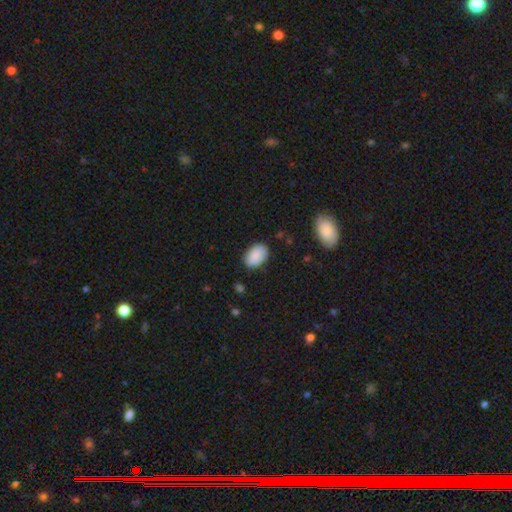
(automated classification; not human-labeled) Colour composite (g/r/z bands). It shows a smooth galaxy with no disk features (88%) that is in between round and cigar-shaped (89%). Merging: none (82%).